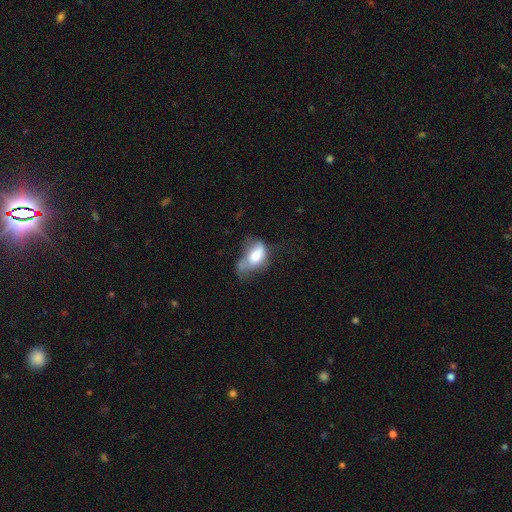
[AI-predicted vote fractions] This is likely a smooth galaxy (61%). How rounded: clearly in between (86%). Merging: marginally major disturbance (39%).